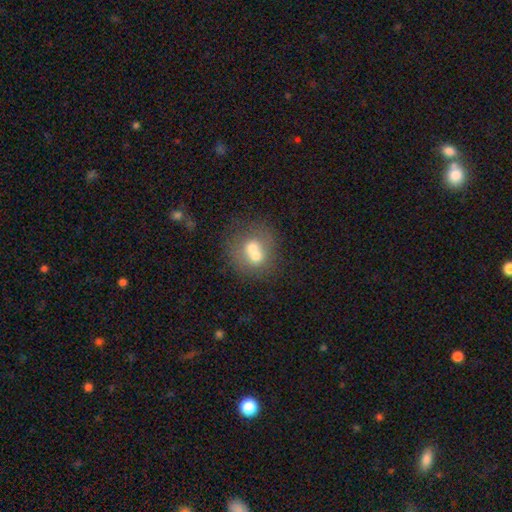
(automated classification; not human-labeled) The model was most divided on "smooth or featured": smooth: 61%, featured or disk: 29%, star or artifact: 11%. More confident: how rounded — round (76%); merging — merger (62%).